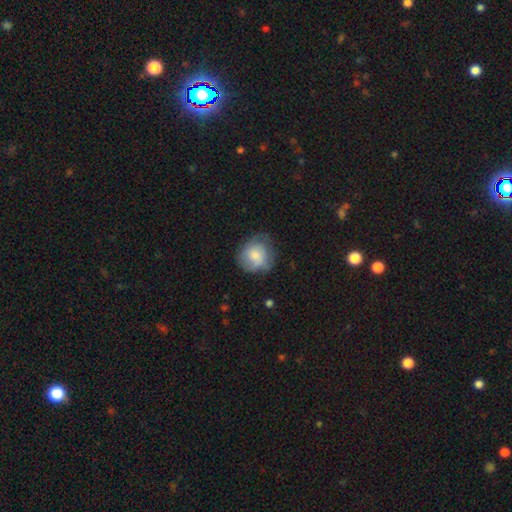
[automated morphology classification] Overall: smooth (66%; featured or disk 27%). How rounded: round (81%). Merging: none (58%; minor disturbance 29%).